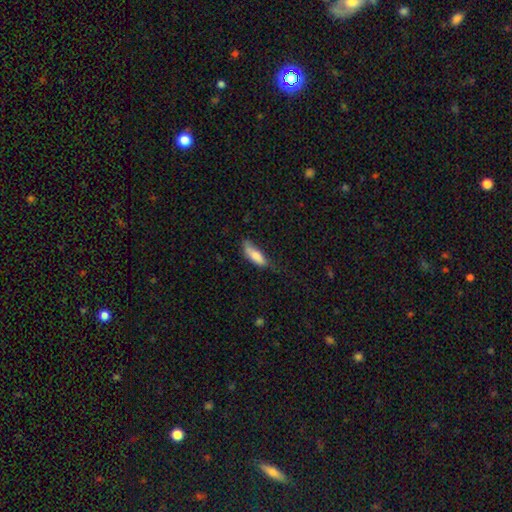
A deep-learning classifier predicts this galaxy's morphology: Smooth or featured?
  - smooth: 80% *
  - featured or disk: 14%
  - star or artifact: 6%
How rounded?
  - in between: 63% *
  - cigar-shaped: 35%
  - round: 2%
Merging?
  - none: 44% *
  - minor disturbance: 39%
  - major disturbance: 15%
  - merger: 3%